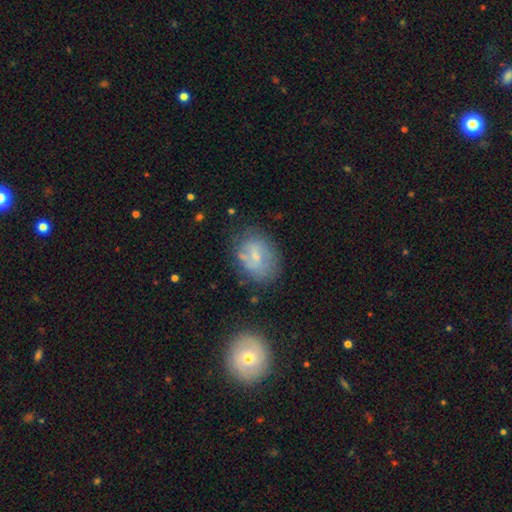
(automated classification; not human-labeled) The model was most divided on "smooth or featured": smooth: 49%, featured or disk: 42%, star or artifact: 10%. More confident: merging — none (63%).